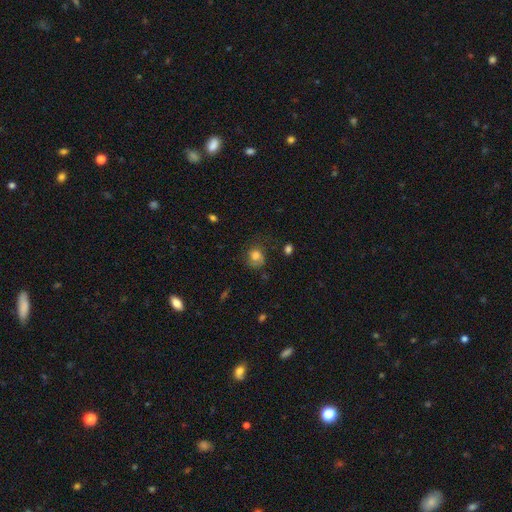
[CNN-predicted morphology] smooth_or_featured: smooth (p=0.69) [alt: featured or disk p=0.20]
how_rounded: round (p=0.69) [alt: in between p=0.30]
merging: none (p=0.49) [alt: minor disturbance p=0.27]